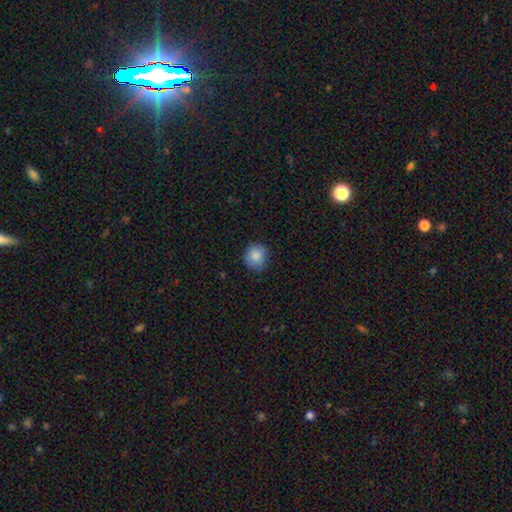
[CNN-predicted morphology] The model was most divided on "merging": none: 81%, minor disturbance: 15%, major disturbance: 3%, merger: 1%. More confident: smooth or featured — smooth (86%); how rounded — round (85%).